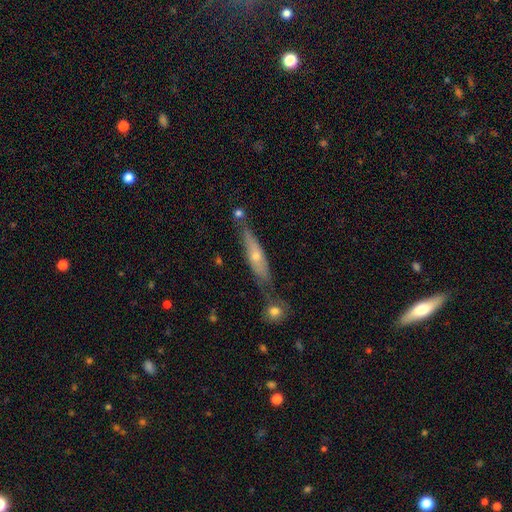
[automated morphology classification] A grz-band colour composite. It shows a featured or disk galaxy (52%) viewed edge-on (72%). Merging: none (62%).